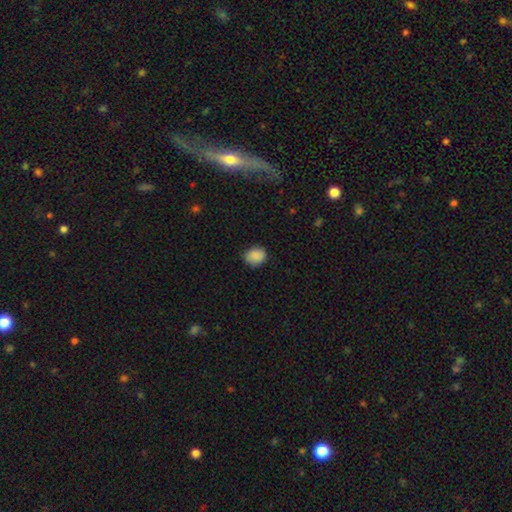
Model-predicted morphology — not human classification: The model was most divided on "how rounded": round: 56%, in between: 43%, cigar-shaped: 1%. More confident: smooth or featured — smooth (88%); merging — none (79%).